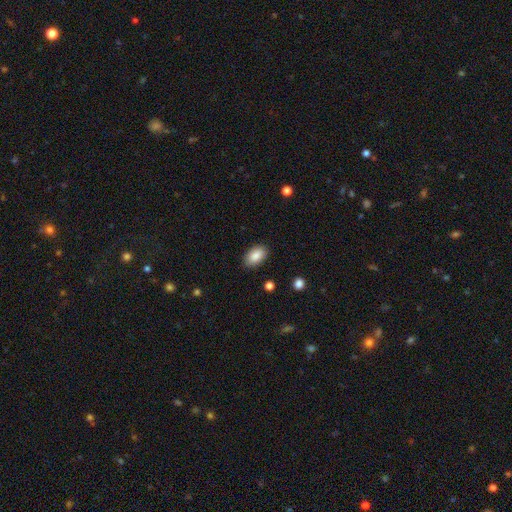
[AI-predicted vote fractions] A smooth galaxy with no disk features (88%) that is in between round and cigar-shaped (92%).

Vote fractions:
- Smooth or featured? smooth: 88% / star or artifact: 7% / featured or disk: 5%
- How rounded? in between: 92% / round: 7% / cigar-shaped: 1%
- Merging? none: 87% / minor disturbance: 10% / major disturbance: 2% / merger: 1%